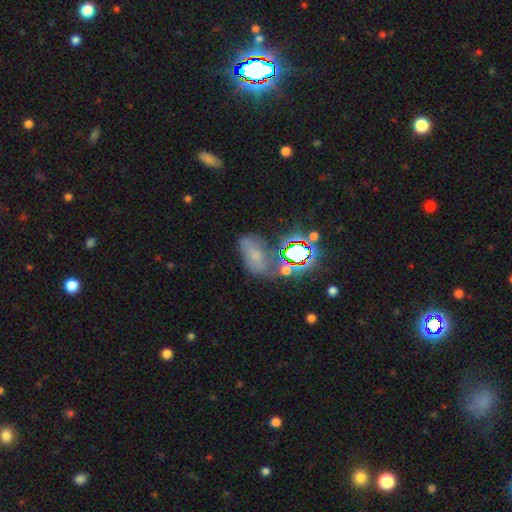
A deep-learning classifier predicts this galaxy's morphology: Q: Smooth or featured?
A: smooth (44%); runner-up: star or artifact (33%)
Q: Merging?
A: none (47%); runner-up: minor disturbance (24%)